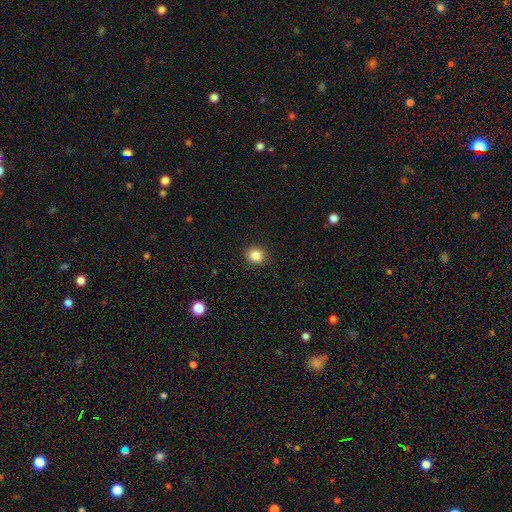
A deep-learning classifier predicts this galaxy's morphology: smooth 84%, star or artifact 10%, featured or disk 5%. Down the decision tree: how rounded — round (82%); merging — none (91%).